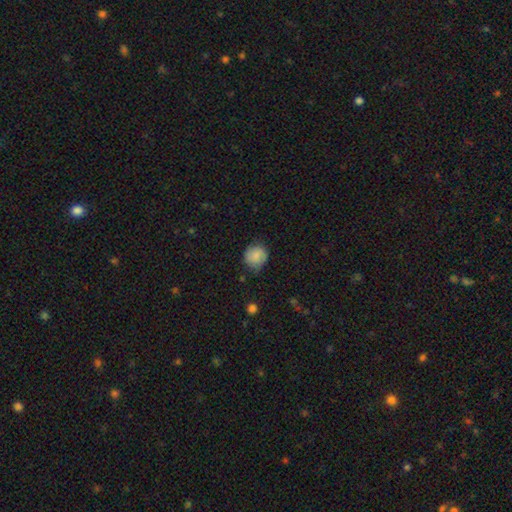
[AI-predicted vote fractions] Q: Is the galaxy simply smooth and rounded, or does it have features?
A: smooth — 83%.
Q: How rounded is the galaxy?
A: round — 84%.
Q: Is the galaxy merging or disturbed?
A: none — 72%.